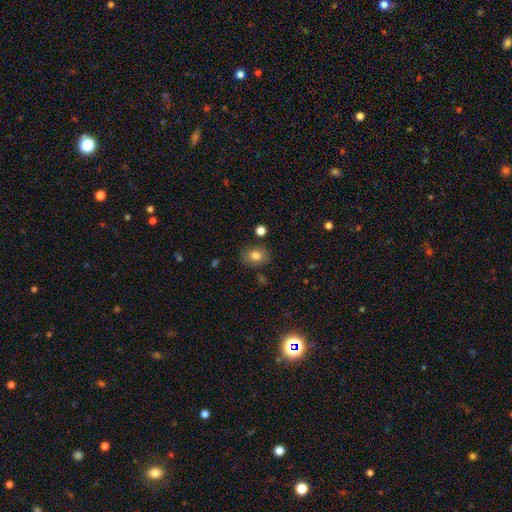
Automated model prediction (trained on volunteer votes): Smooth or featured: smooth — 80% (featured or disk — 10%)
How rounded: in between — 60% (round — 39%)
Merging: none — 81% (minor disturbance — 13%)